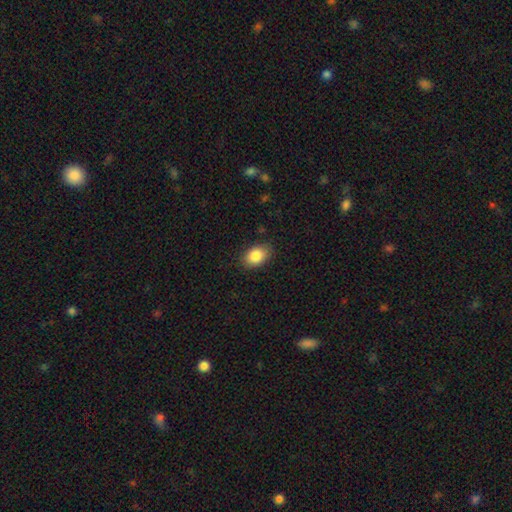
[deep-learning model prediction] Q: Smooth or featured?
A: smooth (86%); runner-up: star or artifact (8%)
Q: How rounded?
A: in between (83%); runner-up: round (16%)
Q: Merging?
A: none (86%); runner-up: minor disturbance (11%)